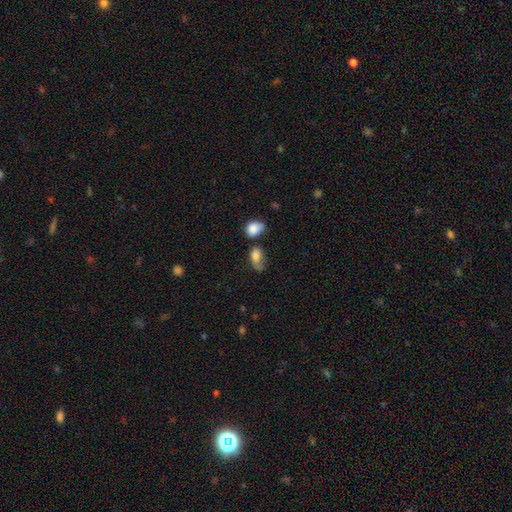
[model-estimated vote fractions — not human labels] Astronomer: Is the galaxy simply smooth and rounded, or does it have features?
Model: smooth — 78%.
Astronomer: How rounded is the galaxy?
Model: in between — 81%.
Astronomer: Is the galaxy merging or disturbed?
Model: minor disturbance — 30% (runner-up: none, 26%).